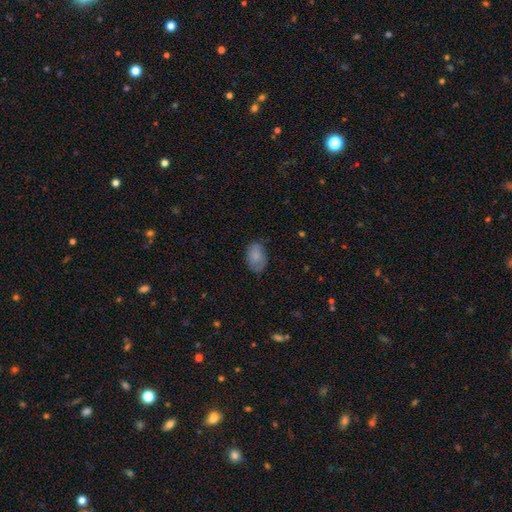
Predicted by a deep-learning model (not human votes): This is clearly a smooth galaxy (81%). How rounded: clearly in between (86%). Merging: likely none (70%).